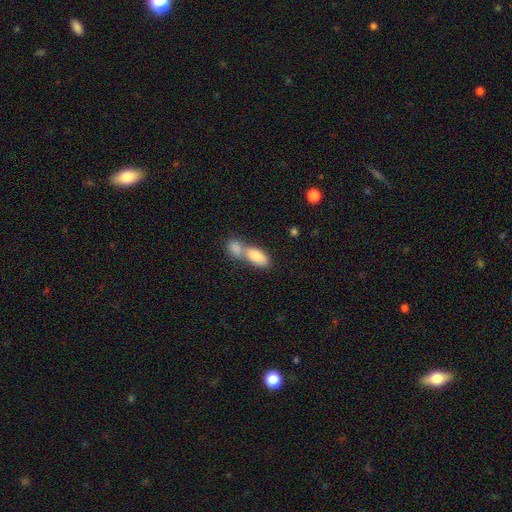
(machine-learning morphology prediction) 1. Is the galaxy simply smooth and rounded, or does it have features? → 82% smooth, 11% featured or disk, 7% star or artifact.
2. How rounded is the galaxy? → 85% in between, 11% cigar-shaped, 4% round.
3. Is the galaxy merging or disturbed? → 67% merger, 22% none, 7% minor disturbance, 4% major disturbance.